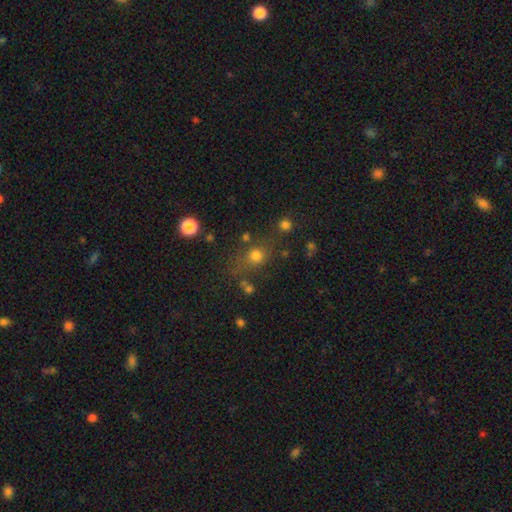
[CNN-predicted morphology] smooth 73%, star or artifact 18%, featured or disk 8%. Down the decision tree: how rounded — round (77%); merging — none (66%).